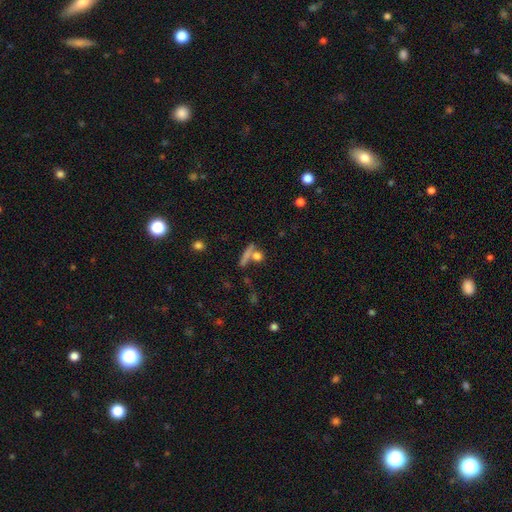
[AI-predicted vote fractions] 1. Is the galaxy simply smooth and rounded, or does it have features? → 69% smooth, 17% featured or disk, 14% star or artifact.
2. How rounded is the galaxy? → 50% round, 27% cigar-shaped, 23% in between.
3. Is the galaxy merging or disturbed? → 54% none, 30% merger, 9% minor disturbance, 7% major disturbance.